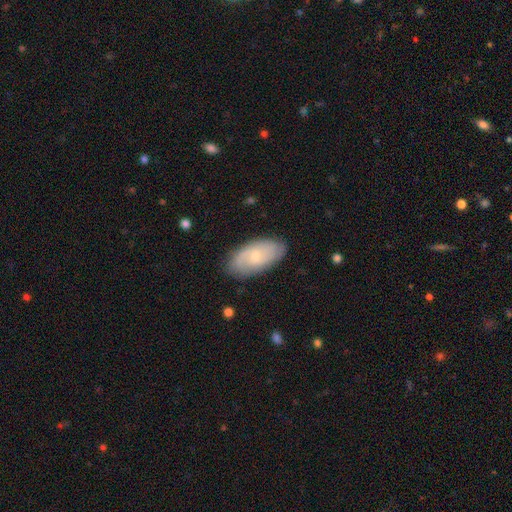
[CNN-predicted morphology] Smooth or featured? featured or disk (47%)
Merging? none (81%)